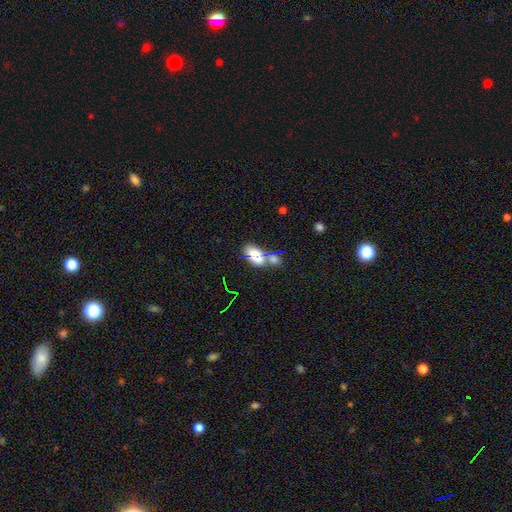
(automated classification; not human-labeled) A smooth galaxy with no disk features (70%) that is in between round and cigar-shaped (89%). Merging: none (41%).